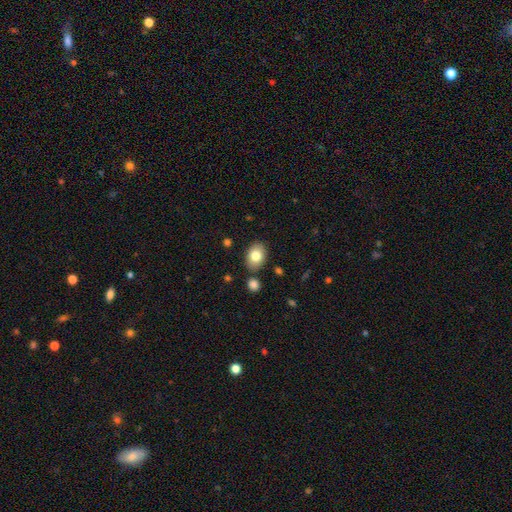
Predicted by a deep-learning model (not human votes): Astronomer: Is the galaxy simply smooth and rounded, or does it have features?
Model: smooth — 81%.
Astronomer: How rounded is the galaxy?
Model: in between — 81%.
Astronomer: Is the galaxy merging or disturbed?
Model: none — 83%.